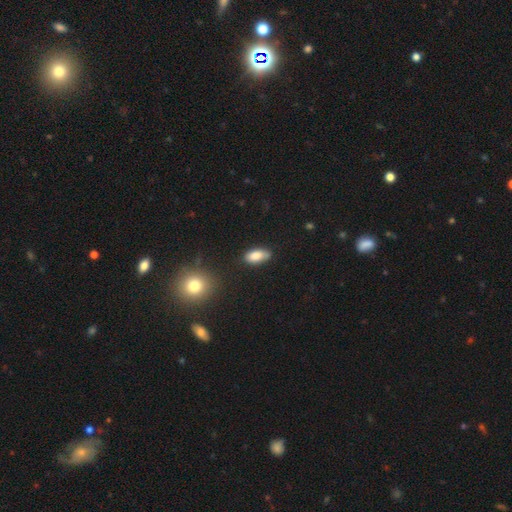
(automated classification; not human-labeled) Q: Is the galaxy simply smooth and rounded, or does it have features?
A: smooth — 83%.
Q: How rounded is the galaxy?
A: in between — 89%.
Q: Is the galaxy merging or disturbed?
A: none — 74%.